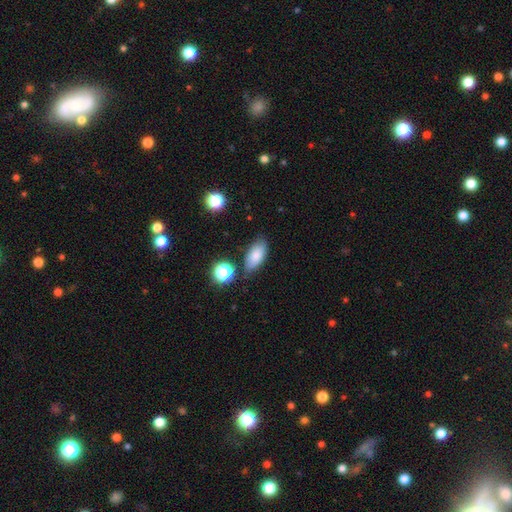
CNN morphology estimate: This is clearly a smooth galaxy (82%). How rounded: clearly in between (88%). Merging: likely none (76%).